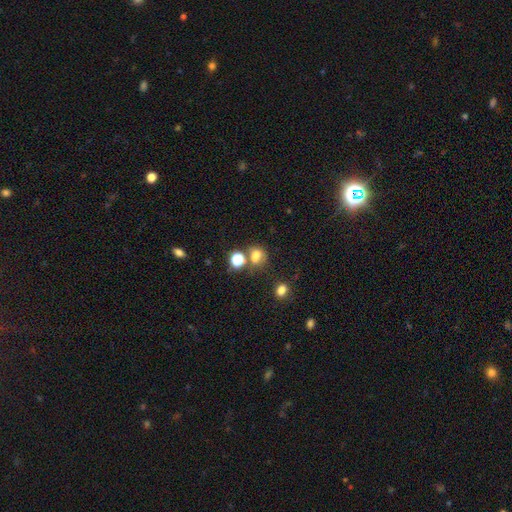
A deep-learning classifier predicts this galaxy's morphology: This appears to be a smooth galaxy with no disk features (67%) that is round (50%). Merging: none (49%).